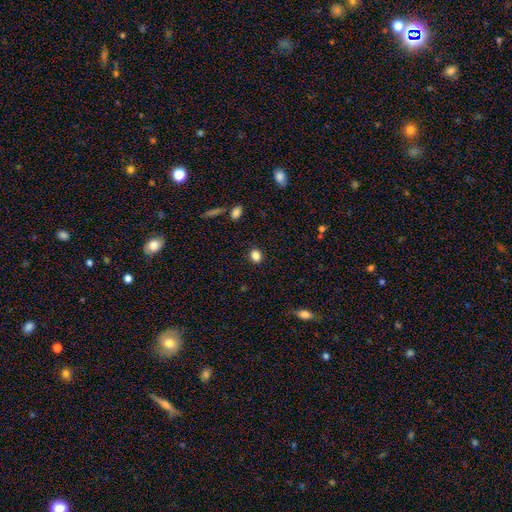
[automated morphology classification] smooth 85%, star or artifact 11%, featured or disk 4%. Down the decision tree: how rounded — round (61%); merging — none (90%).